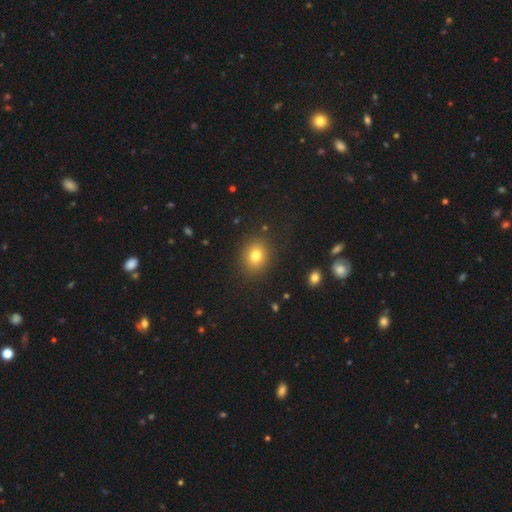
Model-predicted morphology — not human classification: Overall: smooth (77%). How rounded: round (67%; in between 32%). Merging: none (87%).